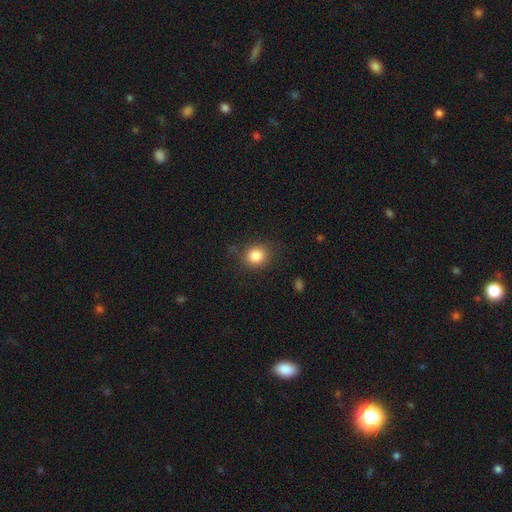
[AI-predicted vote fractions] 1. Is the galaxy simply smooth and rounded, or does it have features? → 85% smooth, 10% star or artifact, 5% featured or disk.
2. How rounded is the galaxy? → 76% round, 23% in between, 1% cigar-shaped.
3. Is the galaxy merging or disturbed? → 82% none, 13% minor disturbance, 4% major disturbance, 2% merger.